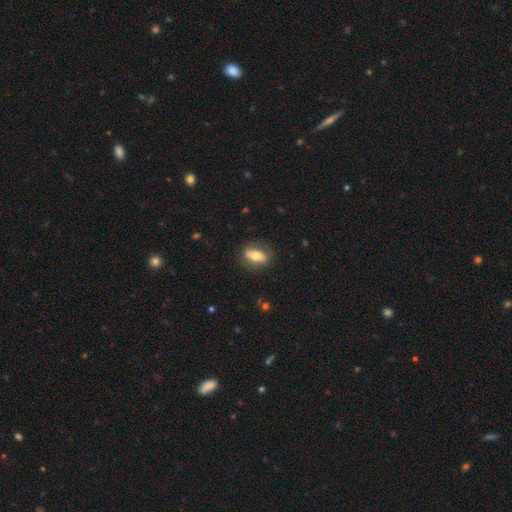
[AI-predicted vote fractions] Smooth or featured? Predicted: smooth (p=0.55). How rounded? Predicted: in between (p=0.77). Merging? Predicted: none (p=0.79).